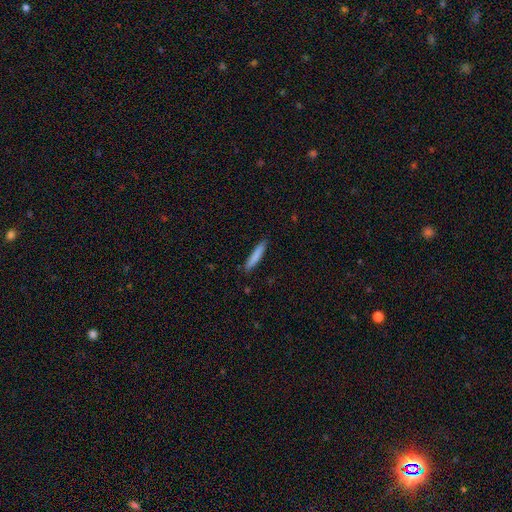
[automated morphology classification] The model was most divided on "smooth or featured": smooth: 82%, featured or disk: 12%, star or artifact: 6%. More confident: how rounded — cigar-shaped (93%); merging — none (88%).